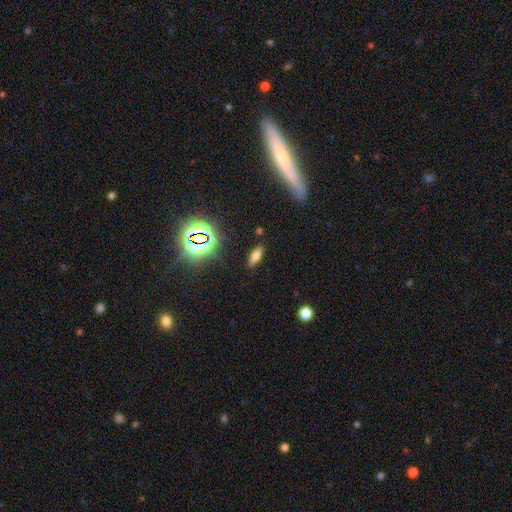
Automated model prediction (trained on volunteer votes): This is likely a smooth galaxy (61%). How rounded: likely in between (62%). Merging: clearly none (86%).